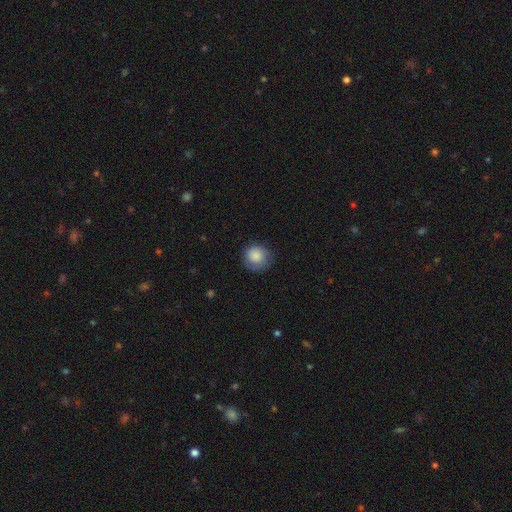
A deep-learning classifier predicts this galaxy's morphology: Smooth or featured? smooth (84%)
How rounded? round (90%)
Merging? none (76%)